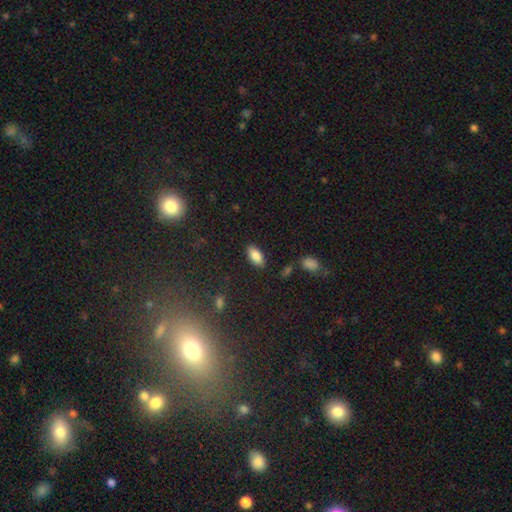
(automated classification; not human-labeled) Smooth or featured? Predicted: smooth (p=0.85). How rounded? Predicted: in between (p=0.89). Merging? Predicted: none (p=0.87).